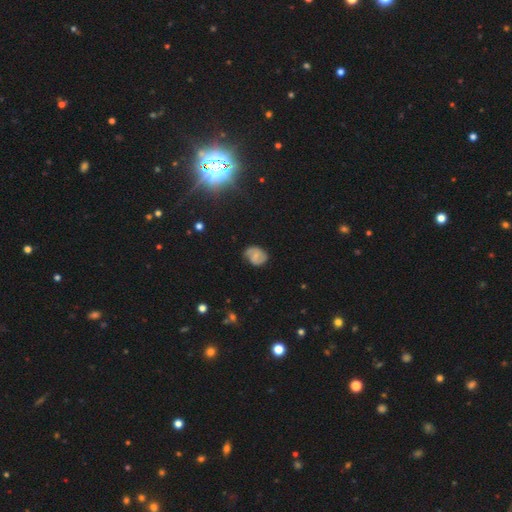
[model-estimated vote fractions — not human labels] Smooth or featured? Predicted: featured or disk (p=0.50). Merging? Predicted: none (p=0.68).